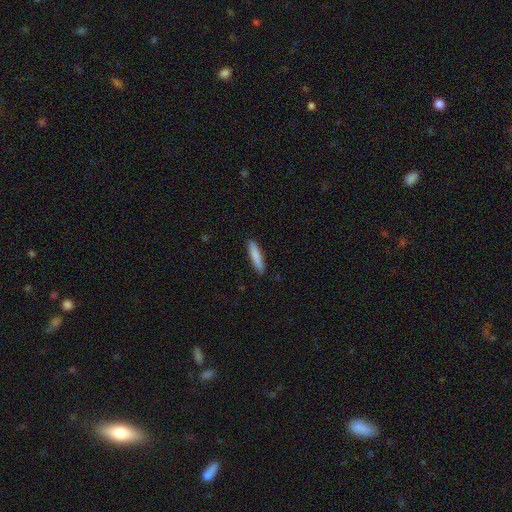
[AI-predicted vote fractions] Overall: smooth (84%). How rounded: cigar-shaped (87%). Merging: none (89%).